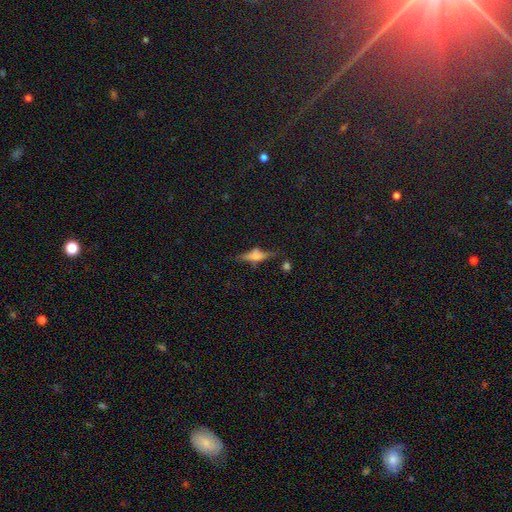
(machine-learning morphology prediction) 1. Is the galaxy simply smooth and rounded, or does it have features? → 50% featured or disk, 36% smooth, 14% star or artifact.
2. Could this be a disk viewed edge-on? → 92% yes, 8% no.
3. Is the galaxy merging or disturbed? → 72% none, 16% minor disturbance, 6% major disturbance, 5% merger.